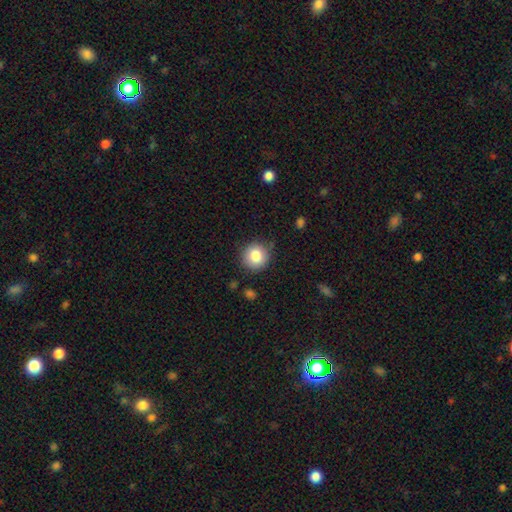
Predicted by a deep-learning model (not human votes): The model was most divided on "smooth or featured": smooth: 82%, star or artifact: 9%, featured or disk: 8%. More confident: how rounded — round (92%); merging — none (86%).